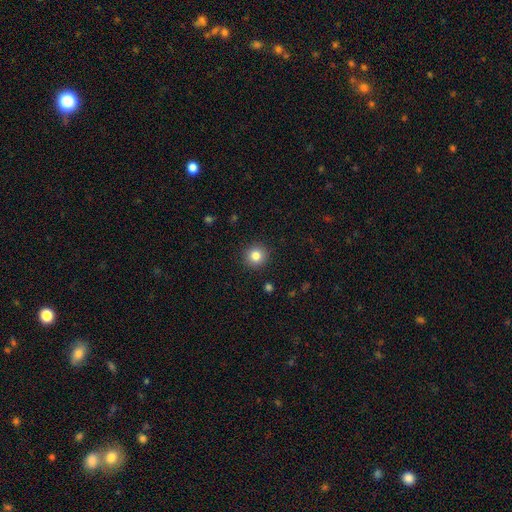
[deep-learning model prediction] smooth-or-featured: smooth: 83% | star or artifact: 11% | featured or disk: 6%
  how-rounded: round: 93% | in between: 6% | cigar-shaped: 1%
  merging: none: 92% | minor disturbance: 5% | major disturbance: 2% | merger: 1%